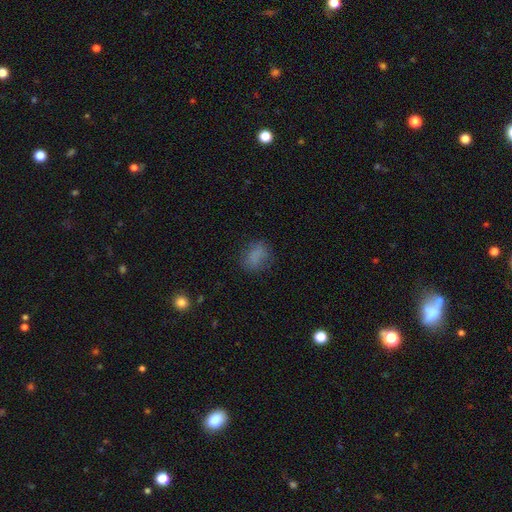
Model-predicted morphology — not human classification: A smooth galaxy with no disk features (78%) that is in between round and cigar-shaped (66%).

Vote fractions:
- Smooth or featured? smooth: 78% / star or artifact: 13% / featured or disk: 9%
- How rounded? in between: 66% / round: 31% / cigar-shaped: 3%
- Merging? none: 72% / minor disturbance: 18% / major disturbance: 8% / merger: 2%